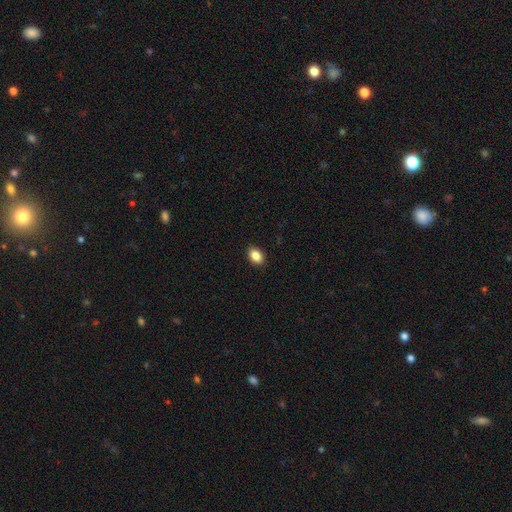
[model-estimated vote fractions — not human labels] smooth 88%, star or artifact 8%, featured or disk 4%. Down the decision tree: how rounded — in between (86%); merging — none (90%).